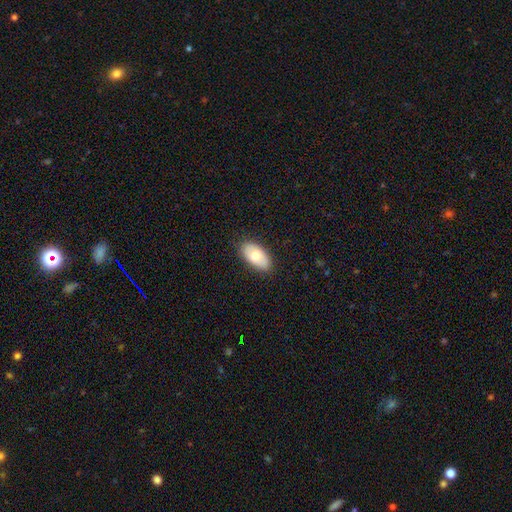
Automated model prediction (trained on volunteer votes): This appears to be a smooth galaxy with no disk features (72%) that is in between round and cigar-shaped (94%). Merging: none (86%).